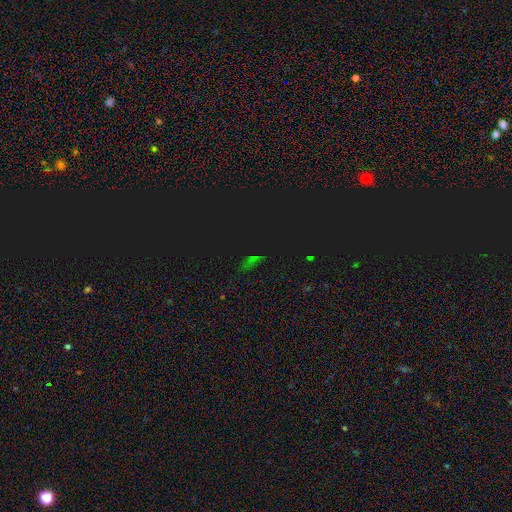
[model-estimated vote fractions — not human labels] star or artifact 73%, smooth 20%, featured or disk 8%.